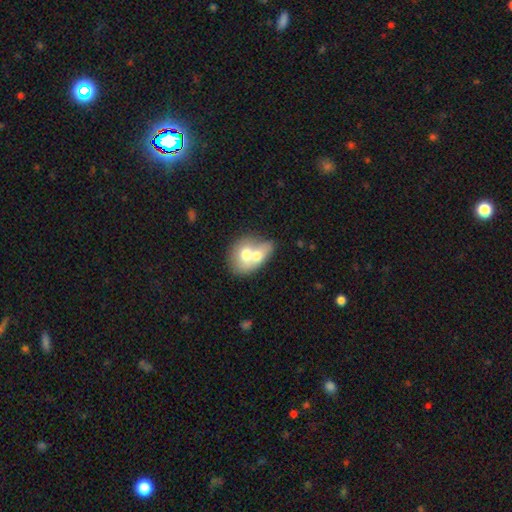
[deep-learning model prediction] Smooth or featured? Predicted: smooth (p=0.62). How rounded? Predicted: in between (p=0.58). Merging? Predicted: merger (p=0.74).